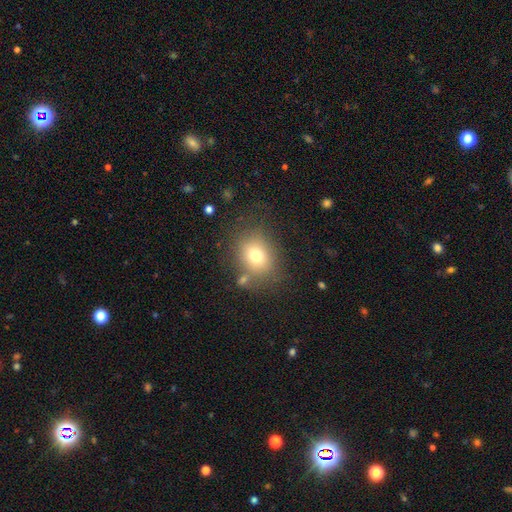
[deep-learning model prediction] Overall: smooth (74%). How rounded: round (53%; in between 46%). Merging: none (72%).